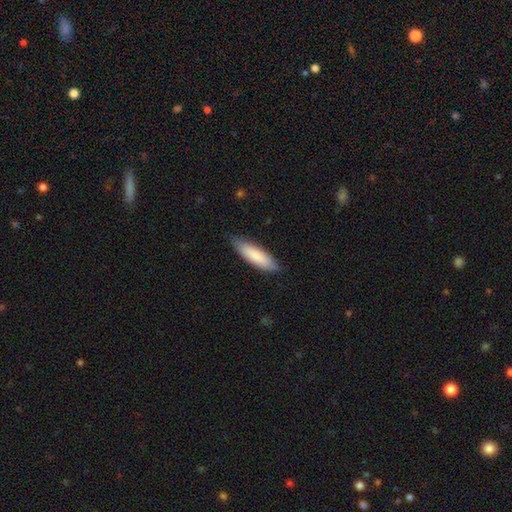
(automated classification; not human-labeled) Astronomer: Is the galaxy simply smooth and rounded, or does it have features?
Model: smooth — 84%.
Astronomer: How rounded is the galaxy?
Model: cigar-shaped — 58% (runner-up: in between, 41%).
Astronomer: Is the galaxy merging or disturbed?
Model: none — 82%.